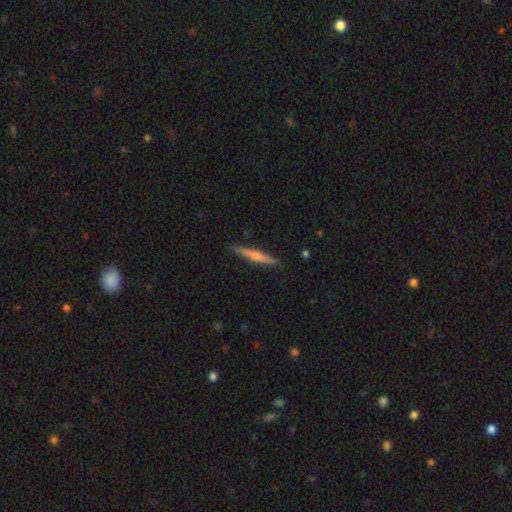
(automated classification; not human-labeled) This is possibly a smooth galaxy (53%). How rounded: clearly cigar-shaped (94%). Merging: clearly none (89%).